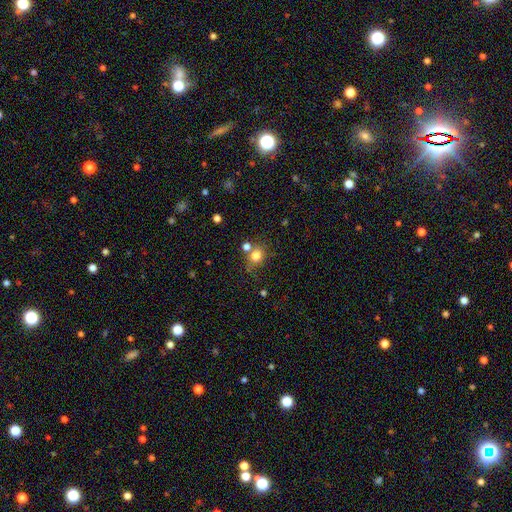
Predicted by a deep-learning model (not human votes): A smooth galaxy with no disk features (77%) that is round (76%). Merging: none (59%).